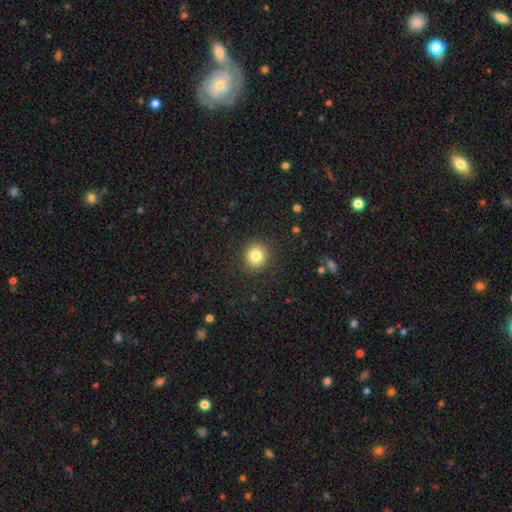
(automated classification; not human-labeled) smooth-or-featured: smooth: 82% | star or artifact: 11% | featured or disk: 7%
  how-rounded: round: 92% | in between: 7% | cigar-shaped: 1%
  merging: none: 90% | minor disturbance: 6% | major disturbance: 3% | merger: 1%